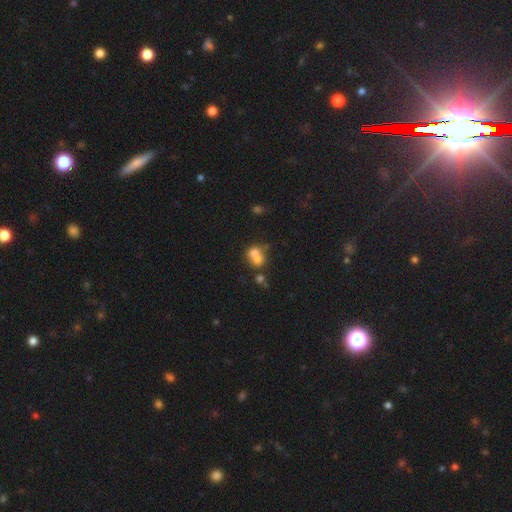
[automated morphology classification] The model was most divided on "how rounded": round: 67%, in between: 32%, cigar-shaped: 1%. More confident: smooth or featured — smooth (66%); merging — merger (66%).